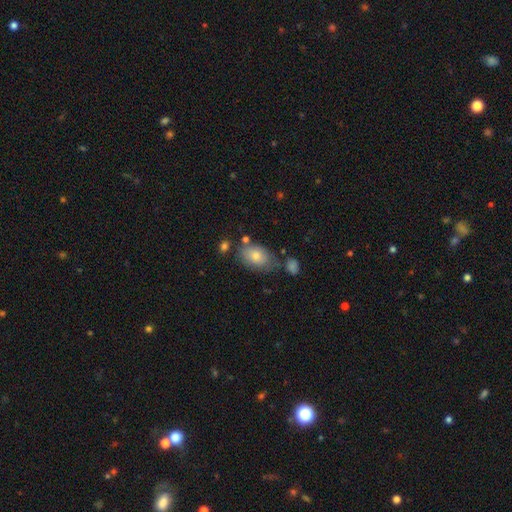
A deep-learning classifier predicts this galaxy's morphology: A smooth galaxy with no disk features (73%) that is in between round and cigar-shaped (84%). Merging: none (64%).